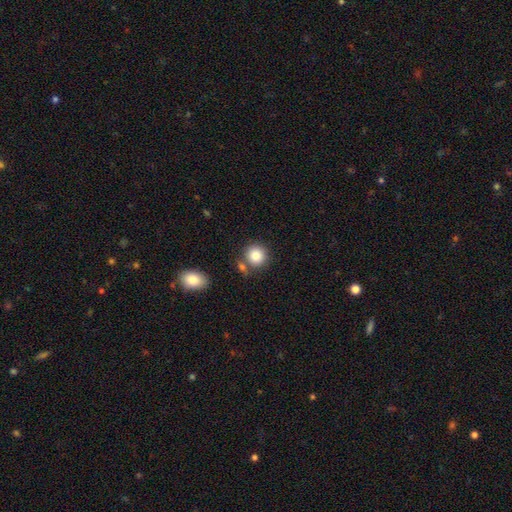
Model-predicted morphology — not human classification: smooth_or_featured: smooth (p=0.85) [alt: star or artifact p=0.09]
how_rounded: round (p=0.88) [alt: in between p=0.11]
merging: none (p=0.71) [alt: merger p=0.17]